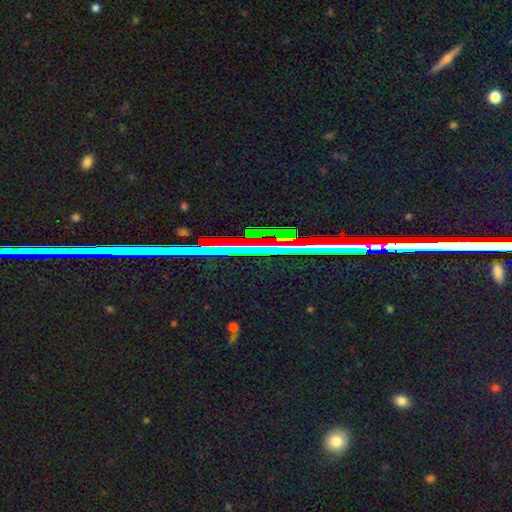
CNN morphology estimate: A star or artifact, not a galaxy (82%).